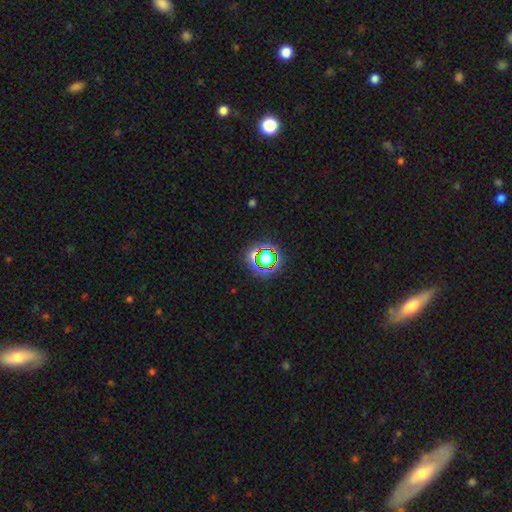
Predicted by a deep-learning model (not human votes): Smooth or featured? star or artifact (69%)